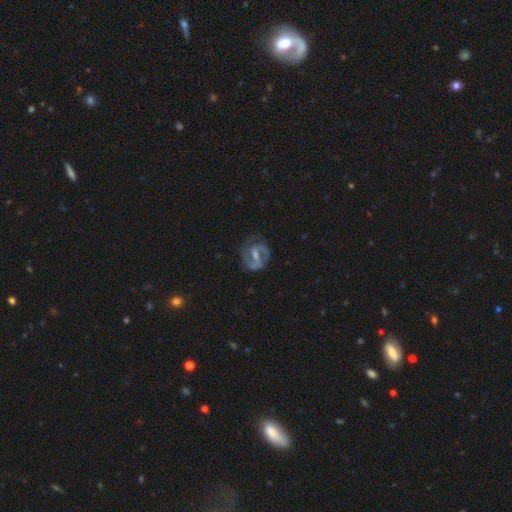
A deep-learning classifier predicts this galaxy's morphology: Q: Smooth or featured?
A: featured or disk (81%); runner-up: smooth (13%)
Q: Edge-on disk?
A: no (97%); runner-up: yes (3%)
Q: Bar?
A: weak (44%); runner-up: strong (40%)
Q: Spiral arms?
A: yes (90%); runner-up: no (10%)
Q: Spiral winding?
A: medium (51%); runner-up: tight (31%)
Q: Spiral arm count?
A: 2 (81%); runner-up: can't tell (8%)
Q: Bulge size?
A: small (43%); runner-up: moderate (41%)
Q: Merging?
A: none (63%); runner-up: minor disturbance (21%)